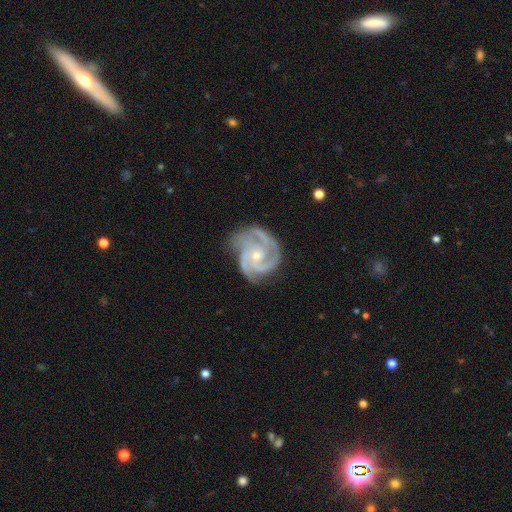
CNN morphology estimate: Smooth or featured? Predicted: featured or disk (p=0.92). Edge-on disk? Predicted: no (p=0.98). Bar? Predicted: no (p=0.70). Spiral arms? Predicted: yes (p=0.98). Spiral winding? Predicted: tight (p=0.53). Spiral arm count? Predicted: 3 (p=0.67). Bulge size? Predicted: small (p=0.59). Merging? Predicted: none (p=0.65).